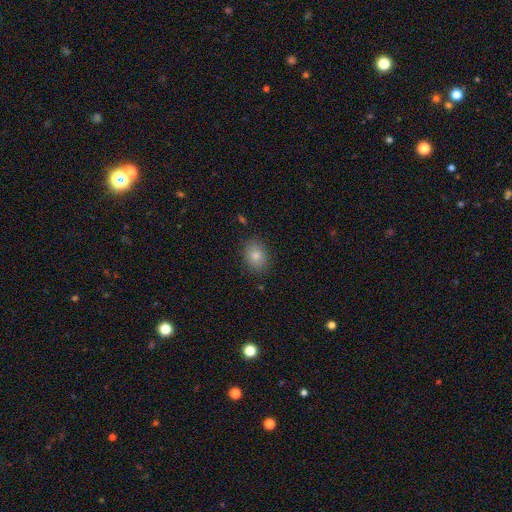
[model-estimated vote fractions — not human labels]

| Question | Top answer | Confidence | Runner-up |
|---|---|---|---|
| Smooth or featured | smooth | 82% | featured or disk (9%) |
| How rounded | in between | 63% | round (36%) |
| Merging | none | 84% | minor disturbance (12%) |